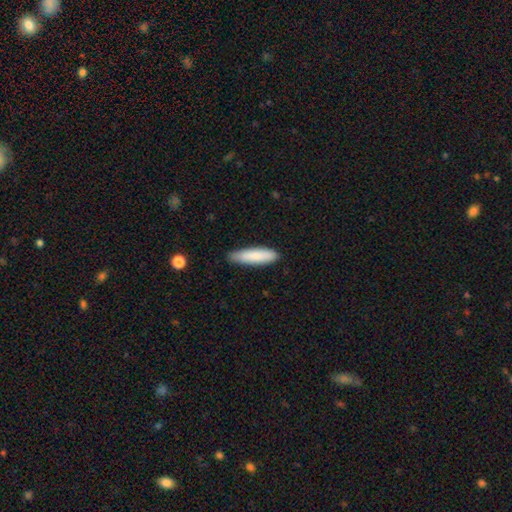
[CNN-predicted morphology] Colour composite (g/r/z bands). It shows a smooth galaxy with no disk features (85%) that is cigar-shaped (72%). Merging: none (85%).